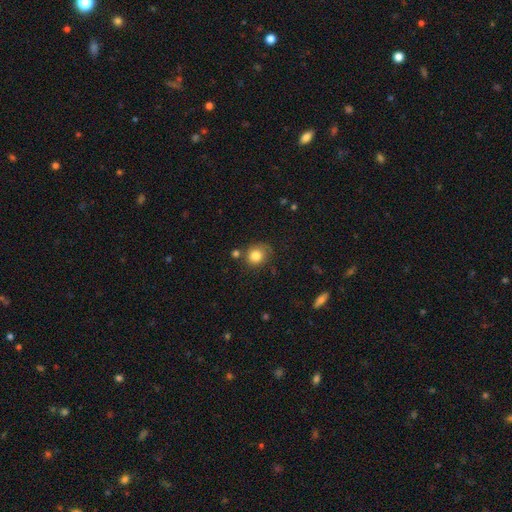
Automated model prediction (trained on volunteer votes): Smooth or featured? smooth (83%)
How rounded? round (77%)
Merging? none (69%)